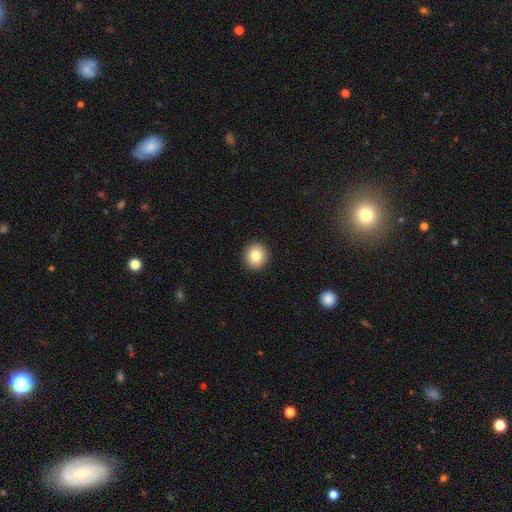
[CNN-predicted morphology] smooth 82%, star or artifact 10%, featured or disk 9%. Down the decision tree: how rounded — round (89%); merging — none (92%).